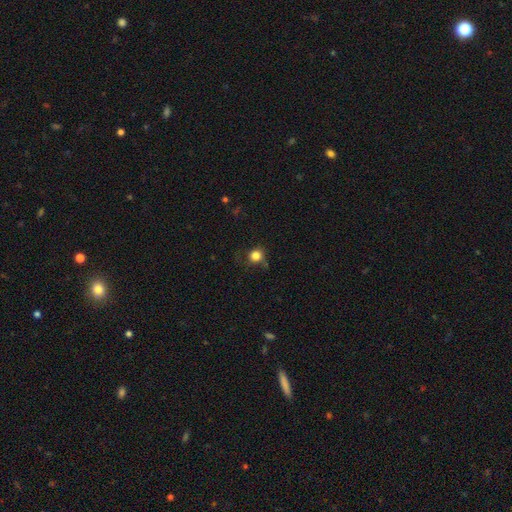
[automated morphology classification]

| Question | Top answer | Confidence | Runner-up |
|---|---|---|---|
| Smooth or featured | smooth | 82% | star or artifact (12%) |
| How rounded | round | 87% | in between (12%) |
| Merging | none | 70% | minor disturbance (20%) |